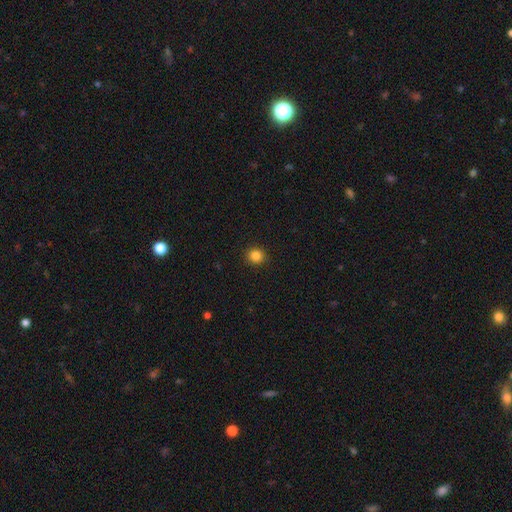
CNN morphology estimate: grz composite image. It shows a smooth galaxy with no disk features (84%) that is round (88%). Merging: none (92%).